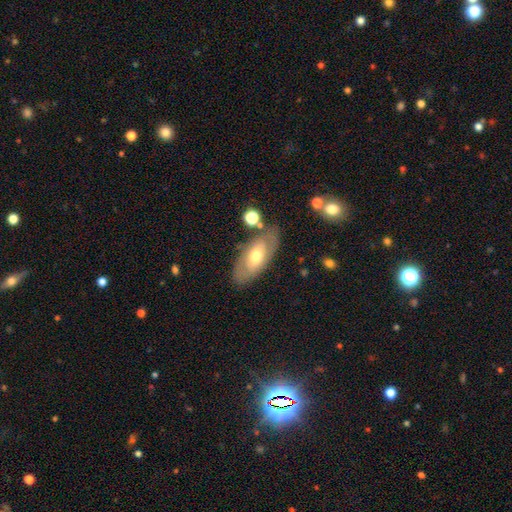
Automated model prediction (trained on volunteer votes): Morphology: type=featured or disk (47%); merging=none (74%).